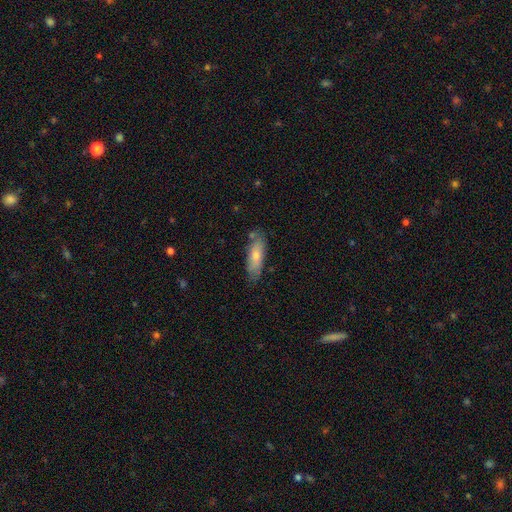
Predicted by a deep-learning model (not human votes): smooth_or_featured: smooth (p=0.65) [alt: featured or disk p=0.28]
how_rounded: in between (p=0.51) [alt: cigar-shaped p=0.47]
merging: none (p=0.76) [alt: minor disturbance p=0.17]